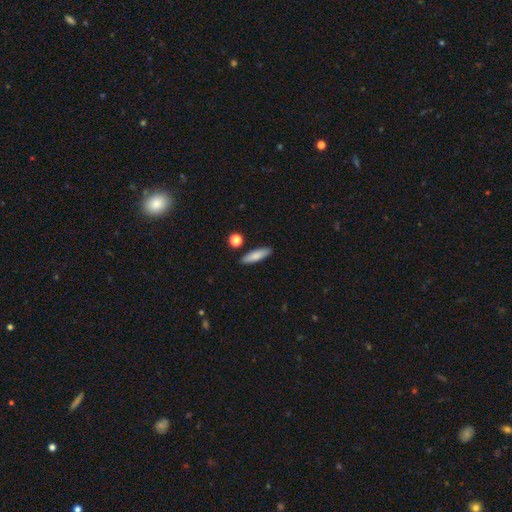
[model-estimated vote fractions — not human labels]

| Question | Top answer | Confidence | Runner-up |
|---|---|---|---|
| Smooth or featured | smooth | 81% | featured or disk (12%) |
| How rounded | cigar-shaped | 62% | in between (36%) |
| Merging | none | 87% | minor disturbance (8%) |